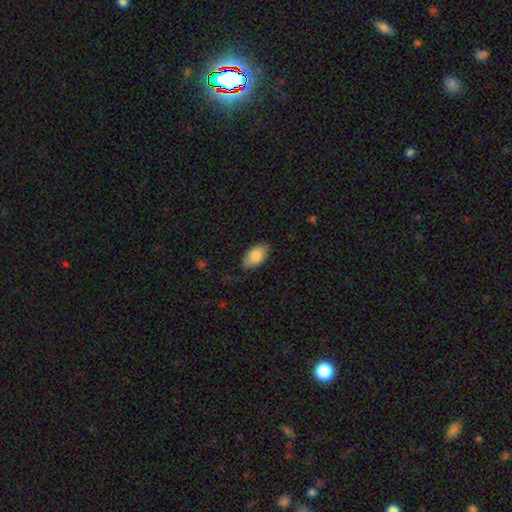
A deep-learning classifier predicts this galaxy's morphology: smooth_or_featured: smooth (p=0.82) [alt: featured or disk p=0.11]
how_rounded: in between (p=0.93) [alt: round p=0.04]
merging: none (p=0.73) [alt: minor disturbance p=0.22]